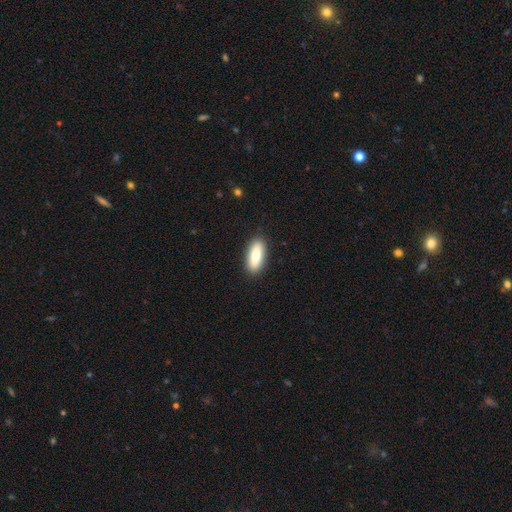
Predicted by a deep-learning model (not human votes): A smooth galaxy with no disk features (82%) that is in between round and cigar-shaped (76%). Merging: none (89%).